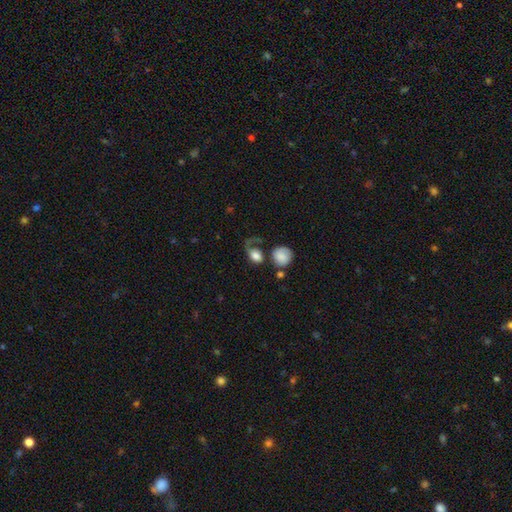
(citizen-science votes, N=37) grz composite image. It shows a smooth galaxy with no disk features (68%) that is round (52%). Merging: major disturbance (46%).